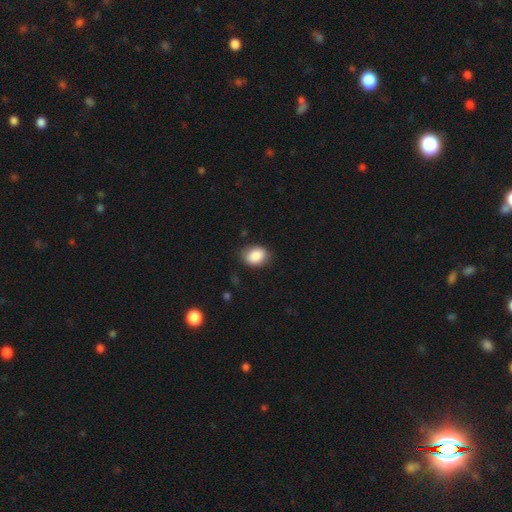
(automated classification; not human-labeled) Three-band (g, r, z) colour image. It shows a smooth galaxy with no disk features (87%) that is in between round and cigar-shaped (60%). Merging: none (80%).